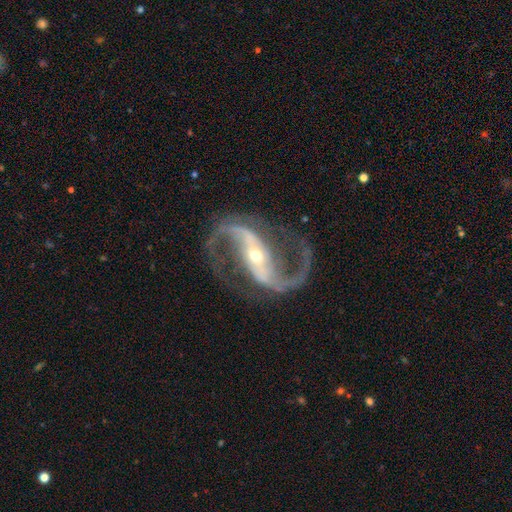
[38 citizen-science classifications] This appears to be a featured or disk galaxy (97%) with a strong bar (57%), 2 (100%) loose (57%) spiral arms (100%) and a small central bulge (78%). Merging: none (76%).